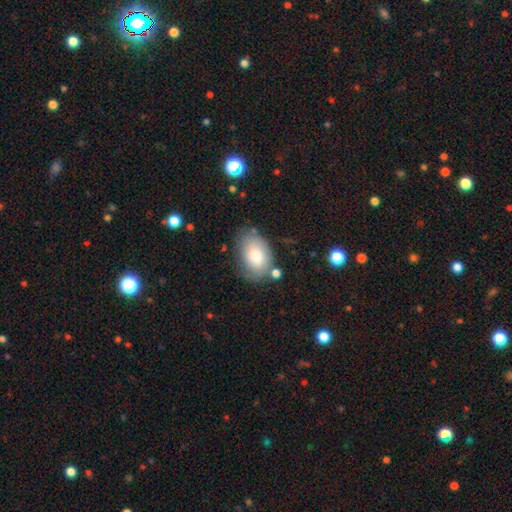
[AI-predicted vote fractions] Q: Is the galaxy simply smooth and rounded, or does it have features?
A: smooth — 75%.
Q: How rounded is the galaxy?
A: in between — 87%.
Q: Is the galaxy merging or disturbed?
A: none — 68%.